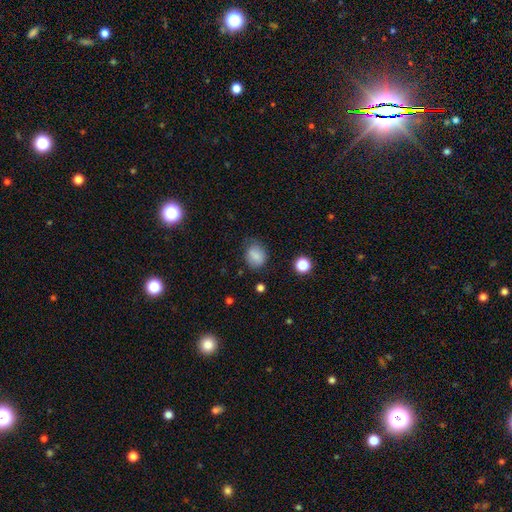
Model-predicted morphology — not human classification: The model was most divided on "how rounded": round: 58%, in between: 41%, cigar-shaped: 1%. More confident: smooth or featured — smooth (82%); merging — none (67%).